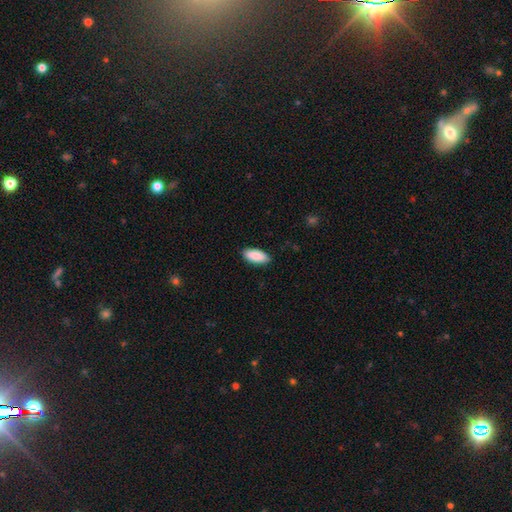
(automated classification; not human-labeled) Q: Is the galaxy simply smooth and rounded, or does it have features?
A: smooth — 90%.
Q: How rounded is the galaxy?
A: in between — 87%.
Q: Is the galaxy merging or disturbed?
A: none — 88%.